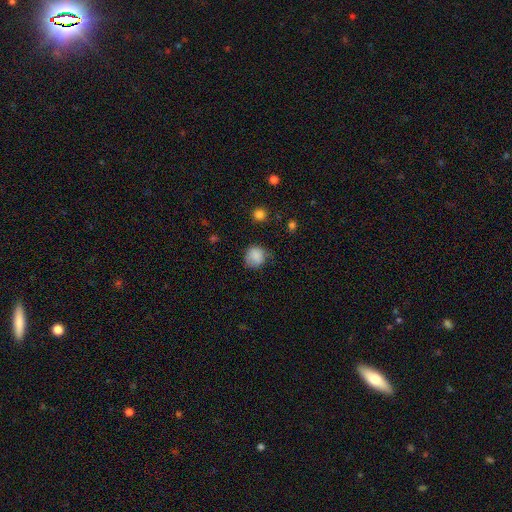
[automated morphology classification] Smooth or featured? smooth (84%)
How rounded? round (79%)
Merging? none (60%)